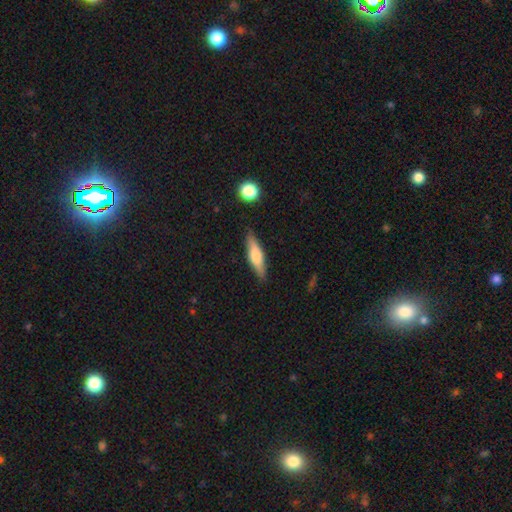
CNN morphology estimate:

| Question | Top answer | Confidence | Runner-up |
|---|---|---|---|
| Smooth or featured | smooth | 60% | featured or disk (34%) |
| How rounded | cigar-shaped | 70% | in between (28%) |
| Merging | none | 86% | minor disturbance (10%) |